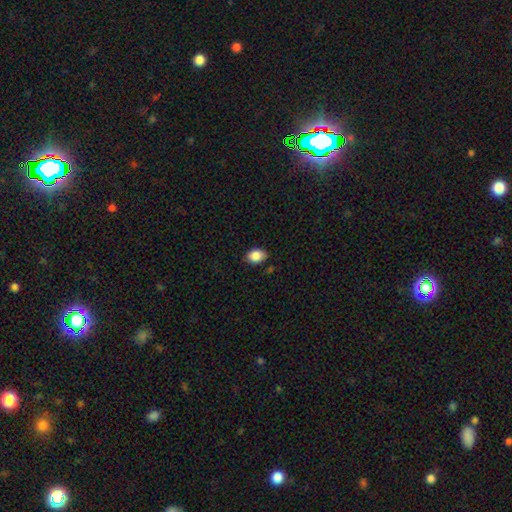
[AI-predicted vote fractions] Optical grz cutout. It shows a smooth galaxy with no disk features (87%) that is in between round and cigar-shaped (74%). Merging: none (82%).